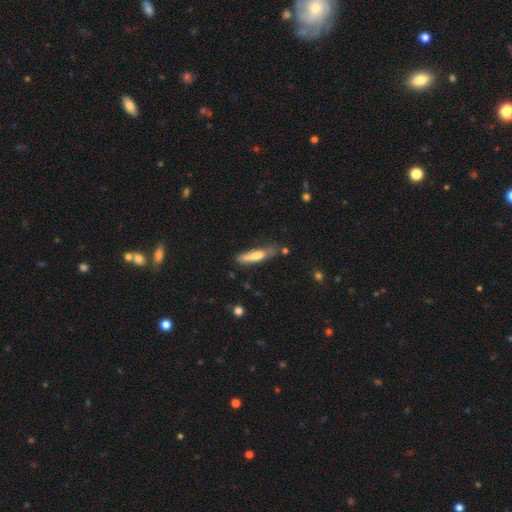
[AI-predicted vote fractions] This is likely a smooth galaxy (66%). How rounded: likely cigar-shaped (75%). Merging: possibly none (52%).